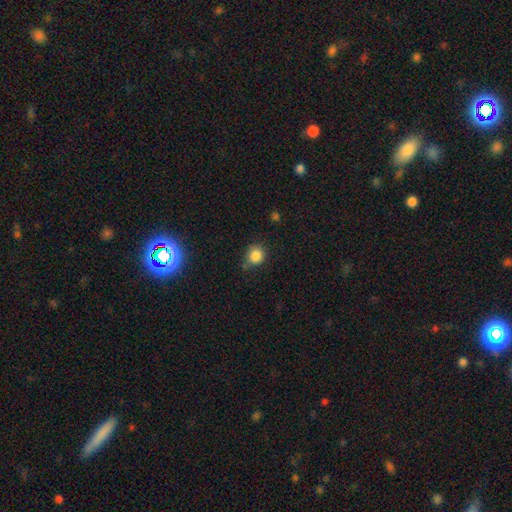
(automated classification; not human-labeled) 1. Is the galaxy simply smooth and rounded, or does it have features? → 85% smooth, 11% star or artifact, 4% featured or disk.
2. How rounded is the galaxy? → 85% round, 14% in between, 1% cigar-shaped.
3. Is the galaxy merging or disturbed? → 68% none, 22% minor disturbance, 5% major disturbance, 4% merger.